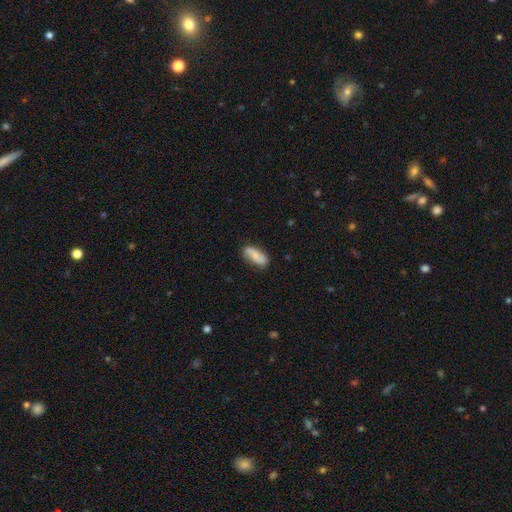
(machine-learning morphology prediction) Q: Smooth or featured?
A: smooth (76%); runner-up: featured or disk (18%)
Q: How rounded?
A: in between (74%); runner-up: cigar-shaped (24%)
Q: Merging?
A: none (80%); runner-up: minor disturbance (16%)